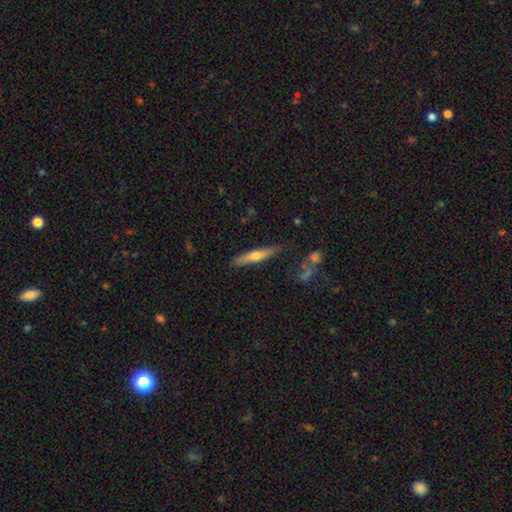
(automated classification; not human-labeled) smooth-or-featured: smooth: 48% | featured or disk: 45% | star or artifact: 6%
  merging: none: 85% | minor disturbance: 11% | major disturbance: 2% | merger: 2%